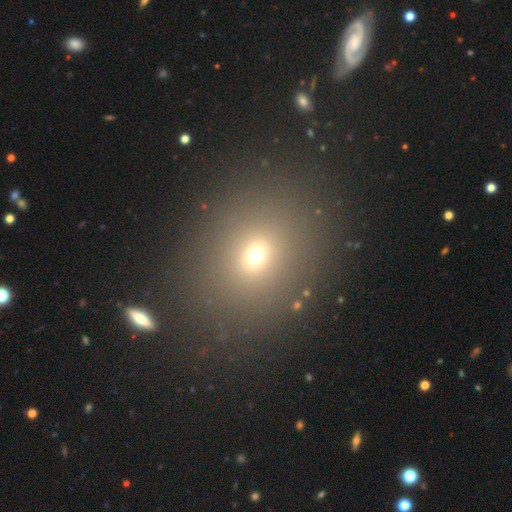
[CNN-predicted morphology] The model was most divided on "how rounded": round: 64%, in between: 35%, cigar-shaped: 1%. More confident: merging — none (84%); smooth or featured — smooth (67%).